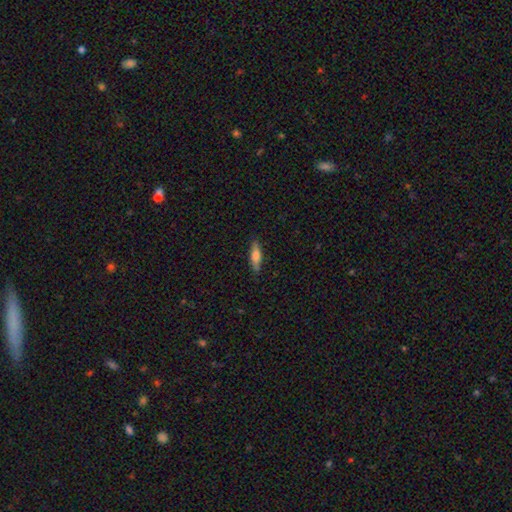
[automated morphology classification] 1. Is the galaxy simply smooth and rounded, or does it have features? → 67% smooth, 27% featured or disk, 6% star or artifact.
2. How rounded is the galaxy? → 59% cigar-shaped, 39% in between, 2% round.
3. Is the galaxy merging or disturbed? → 85% none, 11% minor disturbance, 2% major disturbance, 1% merger.